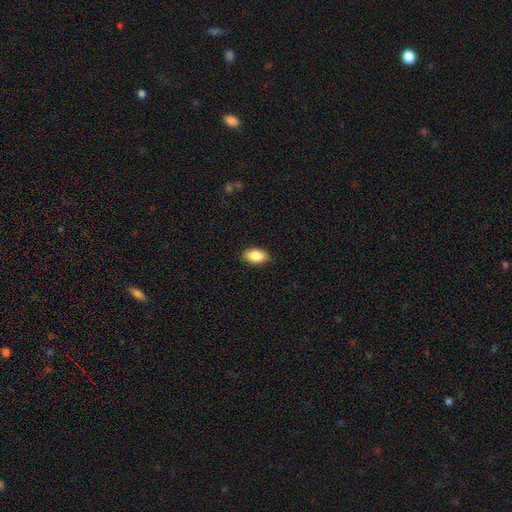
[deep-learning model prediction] This appears to be a smooth galaxy with no disk features (86%) that is in between round and cigar-shaped (92%). Merging: none (89%).